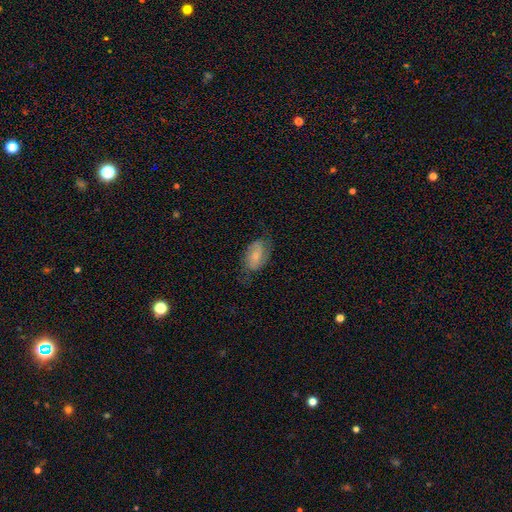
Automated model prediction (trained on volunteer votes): This appears to be a smooth galaxy with no disk features (49%). Merging: none (61%).